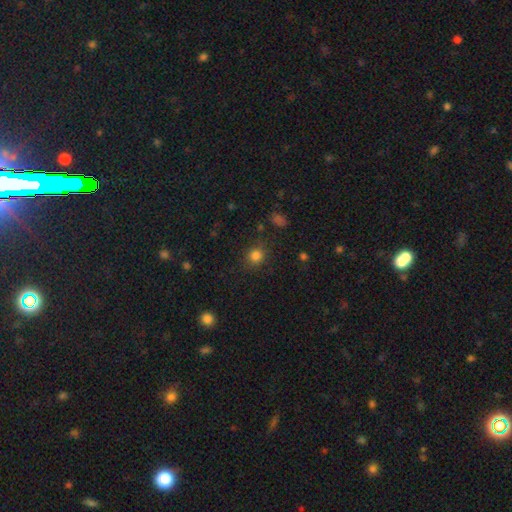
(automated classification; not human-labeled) Smooth or featured? smooth (81%)
How rounded? round (84%)
Merging? none (84%)